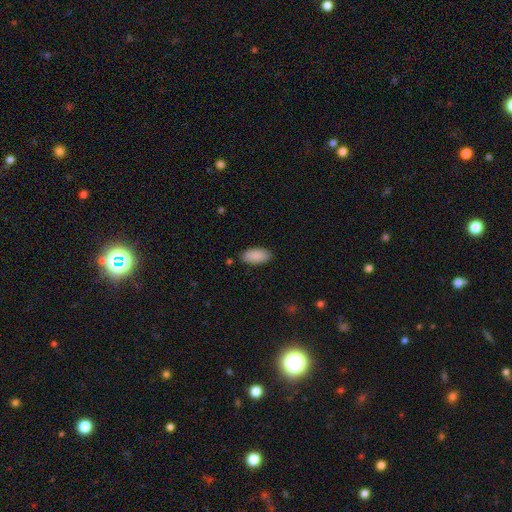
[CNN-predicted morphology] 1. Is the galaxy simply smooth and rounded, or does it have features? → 90% smooth, 6% star or artifact, 4% featured or disk.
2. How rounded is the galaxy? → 93% in between, 5% cigar-shaped, 2% round.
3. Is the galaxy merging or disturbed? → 86% none, 10% minor disturbance, 2% major disturbance, 1% merger.